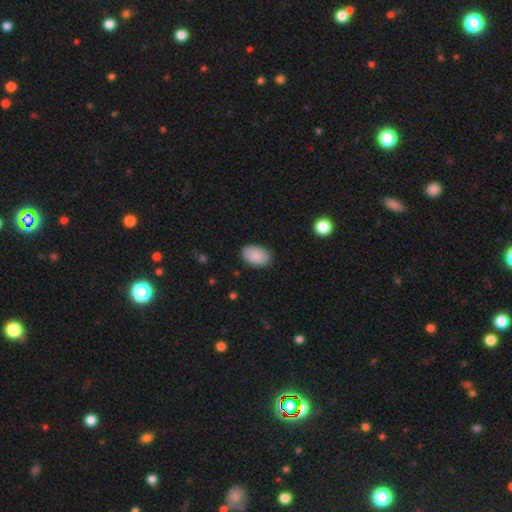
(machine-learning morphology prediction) smooth-or-featured: smooth: 88% | star or artifact: 6% | featured or disk: 5%
  how-rounded: in between: 89% | round: 10% | cigar-shaped: 1%
  merging: none: 86% | minor disturbance: 11% | major disturbance: 2% | merger: 1%